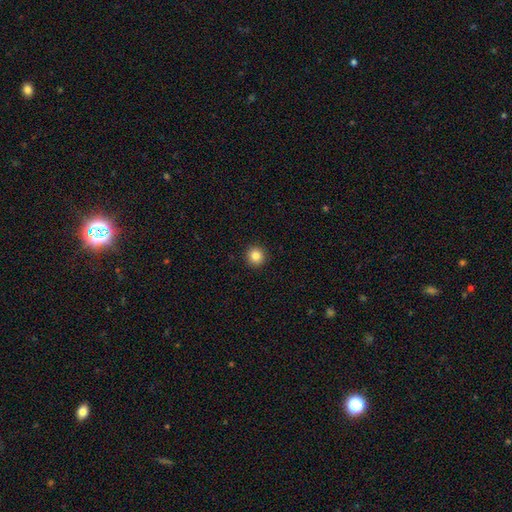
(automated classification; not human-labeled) The model was most divided on "smooth or featured": smooth: 84%, star or artifact: 11%, featured or disk: 5%. More confident: how rounded — round (94%); merging — none (93%).